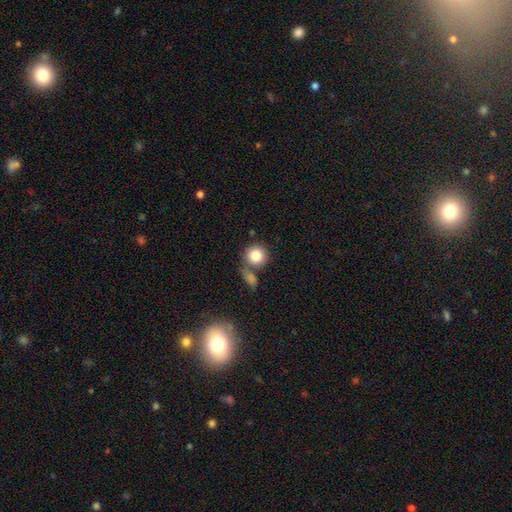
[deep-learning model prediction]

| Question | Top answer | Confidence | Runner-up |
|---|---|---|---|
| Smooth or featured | smooth | 83% | star or artifact (9%) |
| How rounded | round | 89% | in between (10%) |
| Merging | none | 61% | merger (23%) |